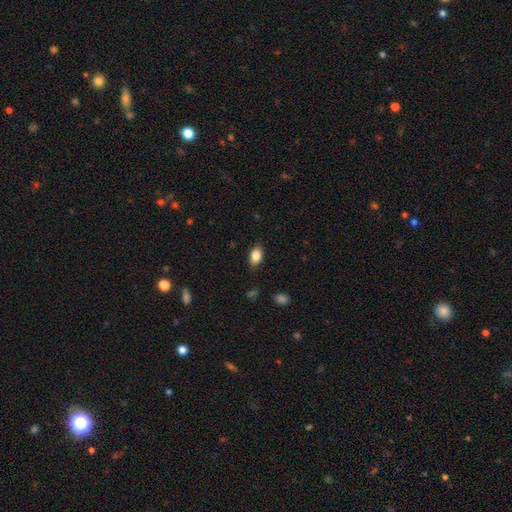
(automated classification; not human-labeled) smooth_or_featured: smooth (p=0.85) [alt: star or artifact p=0.08]
how_rounded: in between (p=0.89) [alt: round p=0.08]
merging: none (p=0.83) [alt: minor disturbance p=0.13]